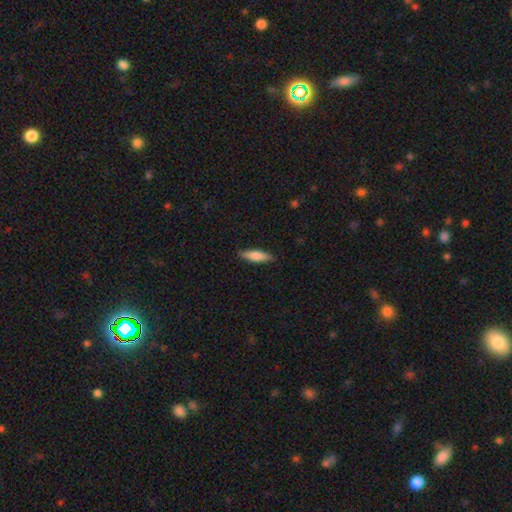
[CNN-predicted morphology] This is likely a smooth galaxy (78%). How rounded: likely cigar-shaped (62%). Merging: clearly none (88%).